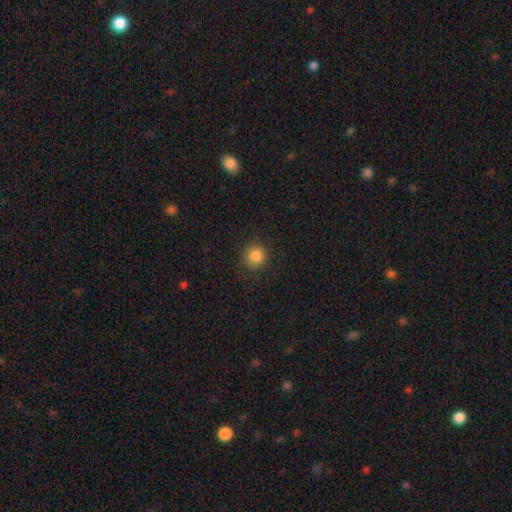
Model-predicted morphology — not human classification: Smooth or featured? Predicted: smooth (p=0.85). How rounded? Predicted: round (p=0.92). Merging? Predicted: none (p=0.88).